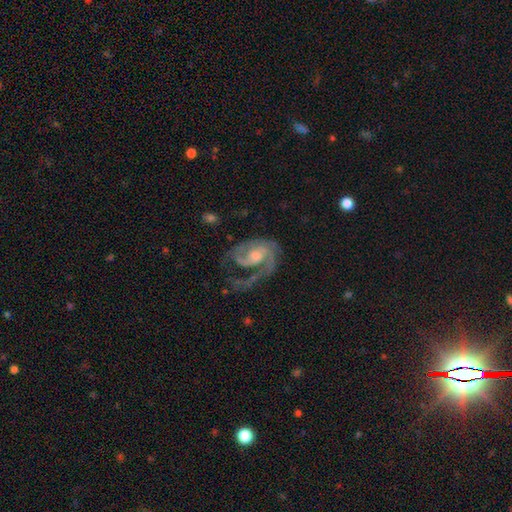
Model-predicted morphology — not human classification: The model was most divided on "spiral winding": medium: 48%, tight: 34%, loose: 18%. Remaining: edge-on disk — no (98%); spiral arms — yes (96%); smooth or featured — featured or disk (88%); bar — no (55%); spiral arm count — 2 (52%); bulge size — moderate (52%); merging — none (48%).